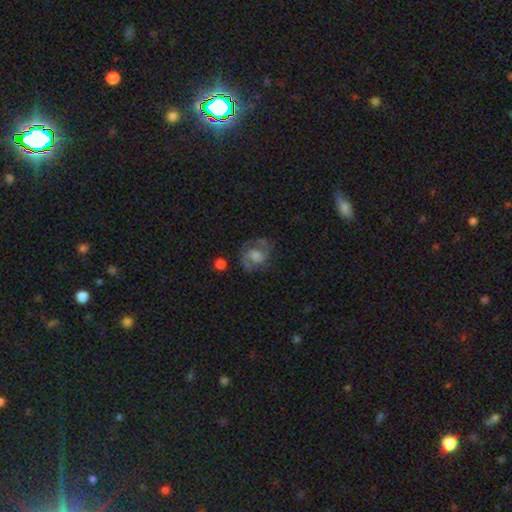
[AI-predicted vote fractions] This is likely a featured or disk galaxy (71%). It is clearly not viewed edge-on (97%). Bar: possibly no (55%). Spiral arm pattern: clearly yes (91%). Spiral arm count: likely 2 (80%). Spiral winding: possibly medium (53%). Central bulge: marginally moderate (44%). Merging: likely none (71%).